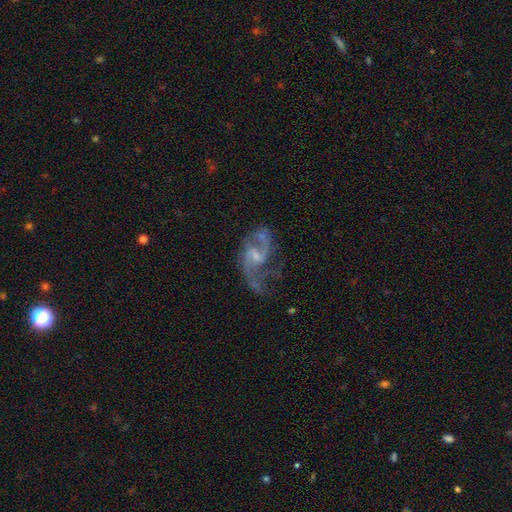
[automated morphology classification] A featured or disk galaxy (89%) with a weak bar (54%), 2 (86%) loose (52%) spiral arms (96%) and a small central bulge (57%).

Vote fractions:
- Smooth or featured? featured or disk: 89% / star or artifact: 6% / smooth: 5%
- Edge-on disk? no: 98% / yes: 2%
- Bar? weak: 54% / no: 33% / strong: 13%
- Spiral arms? yes: 96% / no: 4%
- Spiral winding? loose: 52% / medium: 41% / tight: 8%
- Spiral arm count? 2: 86% / 3: 4% / 1: 4% / can't tell: 4% / 4: 2% / more than 4: 2%
- Bulge size? small: 57% / moderate: 22% / none: 19% / large: 1% / dominant: 1%
- Merging? none: 53% / major disturbance: 22% / minor disturbance: 21% / merger: 4%